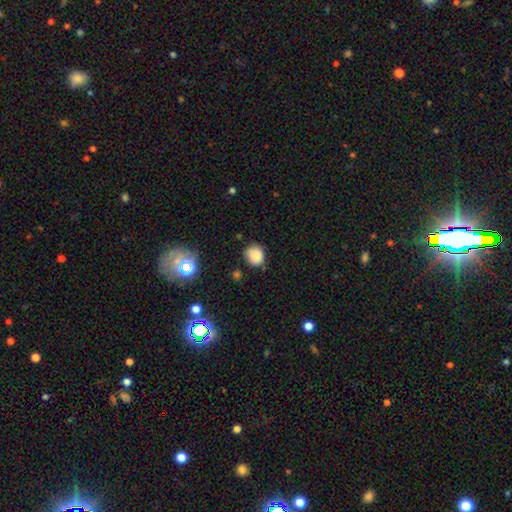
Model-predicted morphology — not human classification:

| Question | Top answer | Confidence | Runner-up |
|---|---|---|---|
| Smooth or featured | smooth | 82% | star or artifact (12%) |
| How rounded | round | 74% | in between (25%) |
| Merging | none | 74% | minor disturbance (20%) |